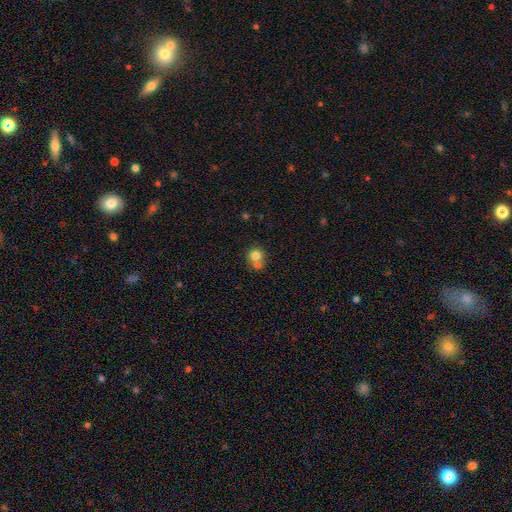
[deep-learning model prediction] smooth 76%, featured or disk 13%, star or artifact 11%. Down the decision tree: how rounded — round (82%); merging — merger (47%).